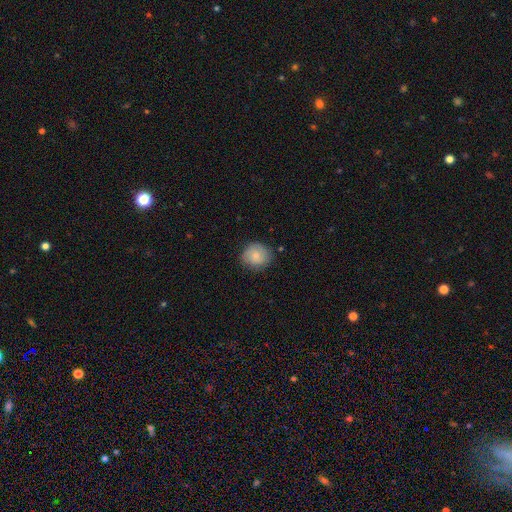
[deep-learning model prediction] Smooth or featured?
  - smooth: 74% *
  - featured or disk: 19%
  - star or artifact: 7%
How rounded?
  - round: 85% *
  - in between: 15%
  - cigar-shaped: 1%
Merging?
  - none: 80% *
  - minor disturbance: 15%
  - major disturbance: 3%
  - merger: 1%